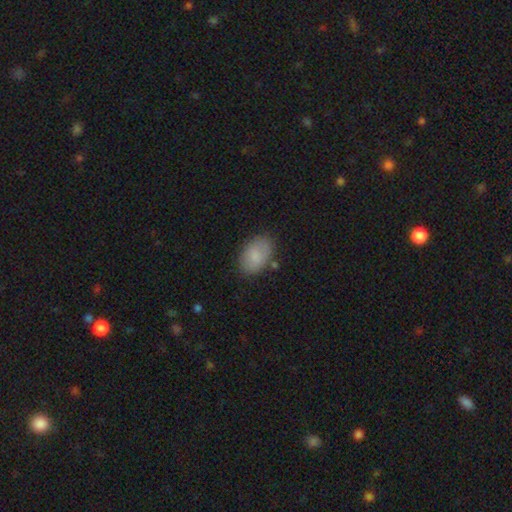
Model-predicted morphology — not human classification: Smooth or featured? Predicted: smooth (p=0.83). How rounded? Predicted: in between (p=0.90). Merging? Predicted: none (p=0.78).